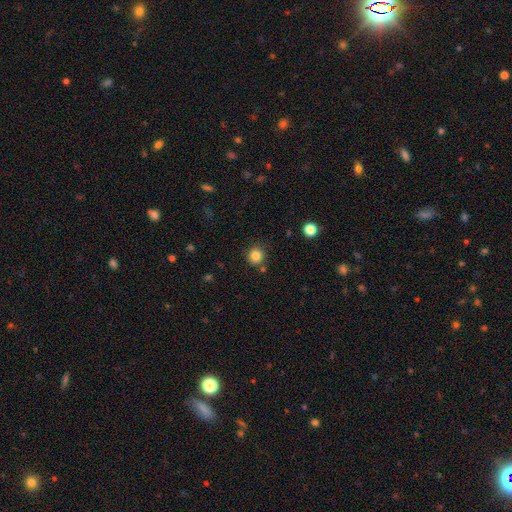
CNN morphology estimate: smooth 83%, star or artifact 12%, featured or disk 5%. Down the decision tree: how rounded — round (91%); merging — none (83%).